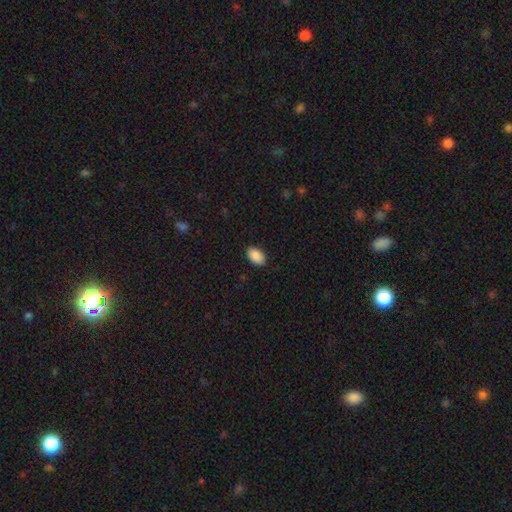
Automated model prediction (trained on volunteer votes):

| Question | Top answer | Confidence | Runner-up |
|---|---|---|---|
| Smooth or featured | smooth | 90% | star or artifact (7%) |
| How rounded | in between | 90% | round (9%) |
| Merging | none | 88% | minor disturbance (9%) |